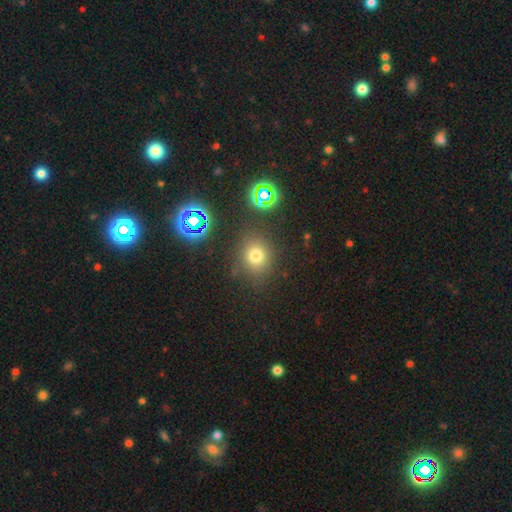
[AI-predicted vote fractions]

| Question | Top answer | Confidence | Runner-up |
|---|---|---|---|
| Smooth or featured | smooth | 69% | star or artifact (23%) |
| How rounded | round | 75% | in between (24%) |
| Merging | none | 81% | minor disturbance (11%) |